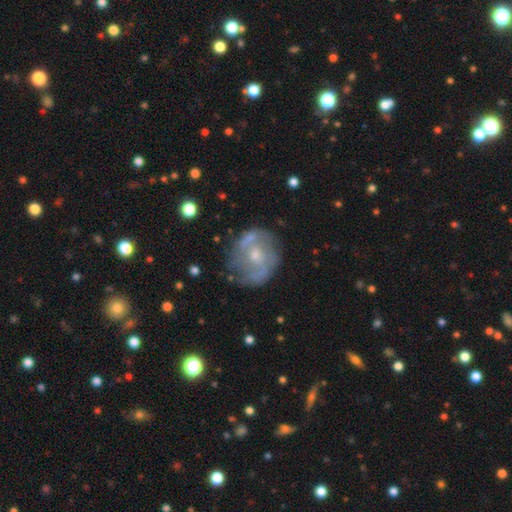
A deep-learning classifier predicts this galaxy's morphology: Overall: featured or disk (72%). Edge-on disk: no (97%). Bar: no (56%; weak 36%). Spiral arms: yes (77%). Spiral arm count: 2 (65%). Spiral winding: medium (44%; tight 28%). Bulge size: small (50%; moderate 43%). Merging: none (67%).